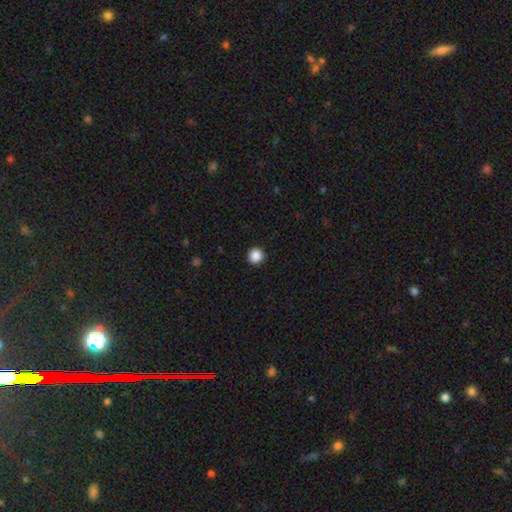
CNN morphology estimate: smooth_or_featured: smooth (p=0.87) [alt: star or artifact p=0.10]
how_rounded: round (p=0.97) [alt: in between p=0.02]
merging: none (p=0.94) [alt: minor disturbance p=0.04]